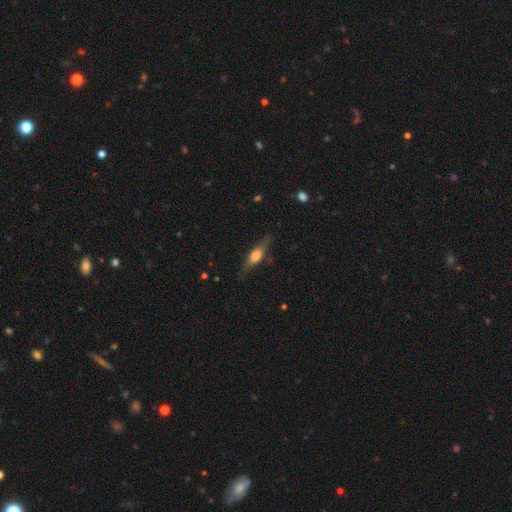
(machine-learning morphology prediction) The model was most divided on "smooth or featured": featured or disk: 48%, smooth: 45%, star or artifact: 7%. More confident: merging — none (79%).